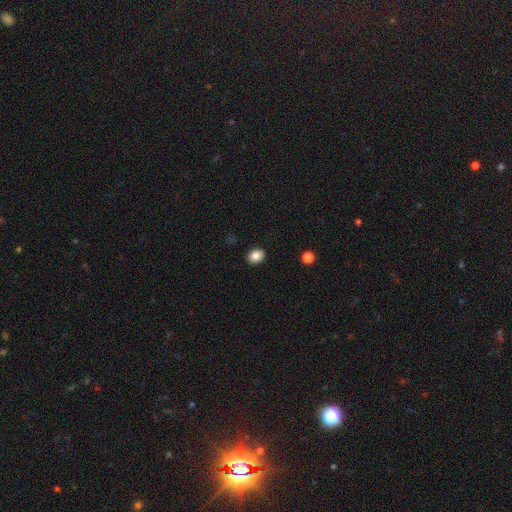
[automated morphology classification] This appears to be a smooth galaxy with no disk features (86%) that is round (52%). Merging: none (91%).